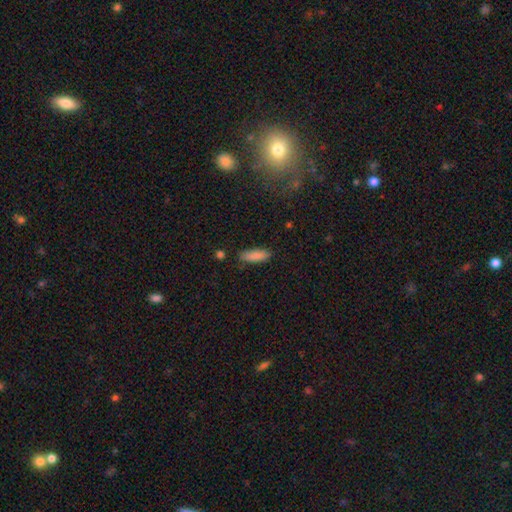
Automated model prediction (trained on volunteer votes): Overall: smooth (86%). How rounded: in between (56%; cigar-shaped 42%). Merging: none (84%).